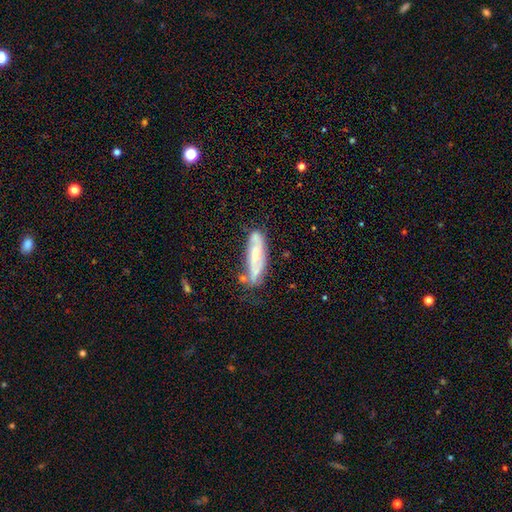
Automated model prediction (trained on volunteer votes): smooth-or-featured: featured or disk: 58% | smooth: 35% | star or artifact: 7%
  disk-edge-on: no: 67% | yes: 33%
  merging: none: 60% | minor disturbance: 25% | major disturbance: 8% | merger: 8%